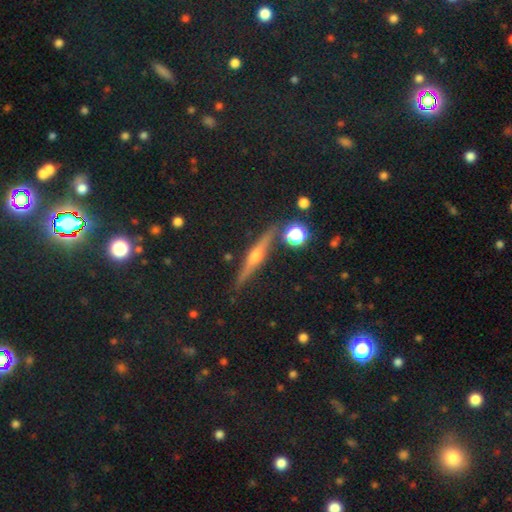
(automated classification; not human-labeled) The model was most divided on "smooth or featured": featured or disk: 74%, smooth: 13%, star or artifact: 13%. More confident: edge-on disk — yes (97%); edge-on bulge — rounded (92%); merging — none (89%).